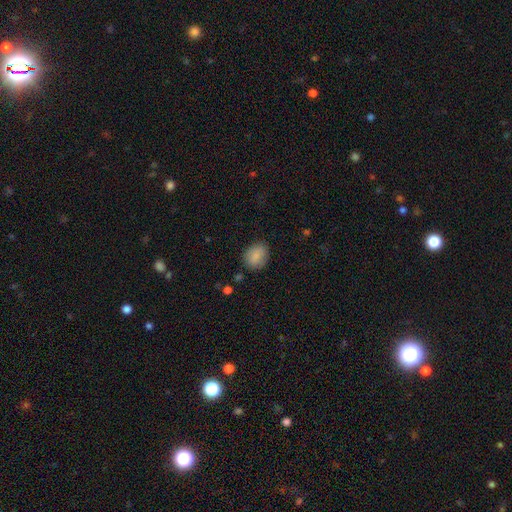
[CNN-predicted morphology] Smooth or featured?
  - smooth: 85% *
  - star or artifact: 8%
  - featured or disk: 7%
How rounded?
  - in between: 51% *
  - round: 48%
  - cigar-shaped: 1%
Merging?
  - none: 81% *
  - minor disturbance: 14%
  - major disturbance: 3%
  - merger: 2%